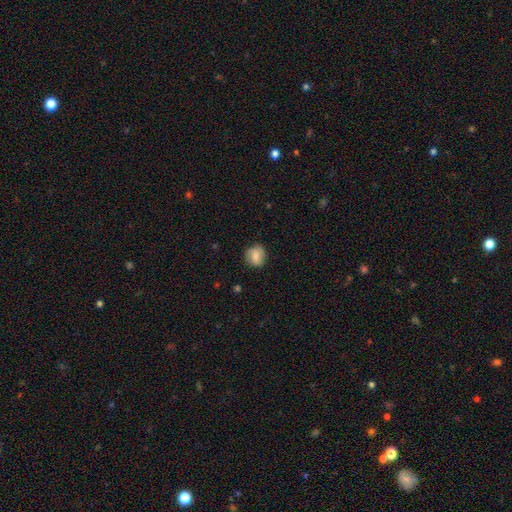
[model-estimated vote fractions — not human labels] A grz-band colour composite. It shows a smooth galaxy with no disk features (68%) that is round (84%). Merging: none (83%).